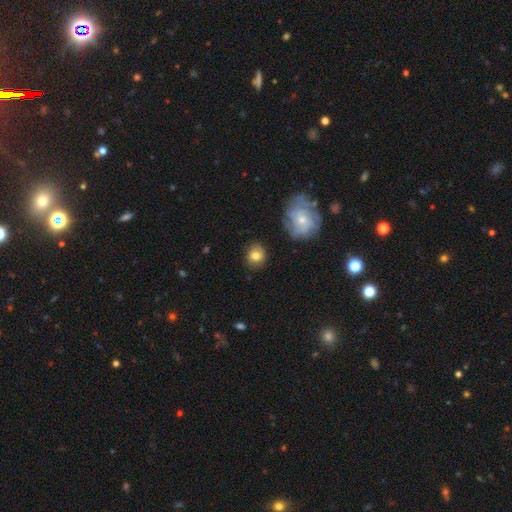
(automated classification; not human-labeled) Smooth or featured?
  - smooth: 76% *
  - featured or disk: 15%
  - star or artifact: 9%
How rounded?
  - round: 76% *
  - in between: 23%
  - cigar-shaped: 1%
Merging?
  - none: 80% *
  - minor disturbance: 13%
  - major disturbance: 4%
  - merger: 2%